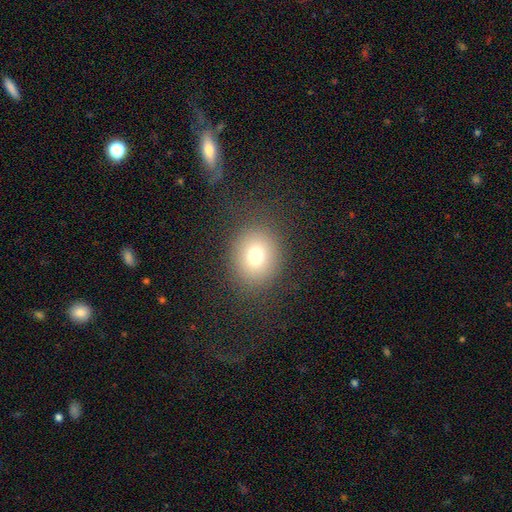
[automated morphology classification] The model was most divided on "how rounded": round: 66%, in between: 33%, cigar-shaped: 1%. More confident: merging — none (84%); smooth or featured — smooth (74%).